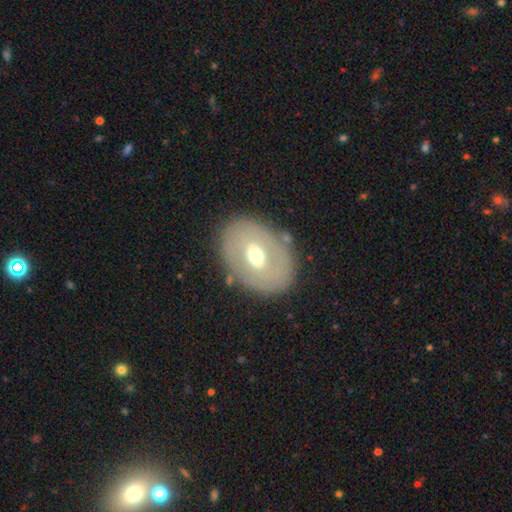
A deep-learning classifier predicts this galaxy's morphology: A featured or disk galaxy (52%). Merging: none (80%).